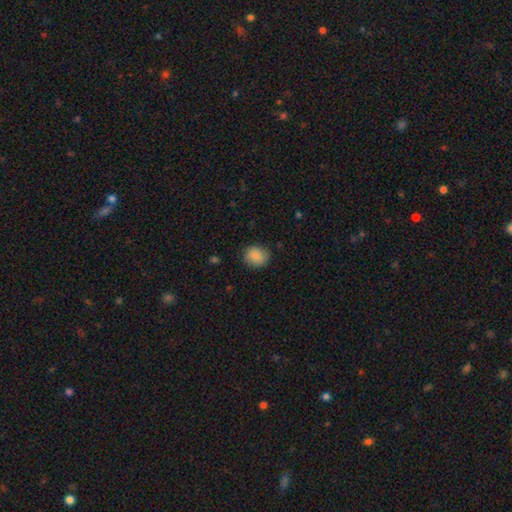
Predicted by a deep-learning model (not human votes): Smooth or featured?
  - smooth: 85% *
  - star or artifact: 8%
  - featured or disk: 7%
How rounded?
  - round: 73% *
  - in between: 26%
  - cigar-shaped: 1%
Merging?
  - none: 82% *
  - minor disturbance: 13%
  - major disturbance: 3%
  - merger: 1%